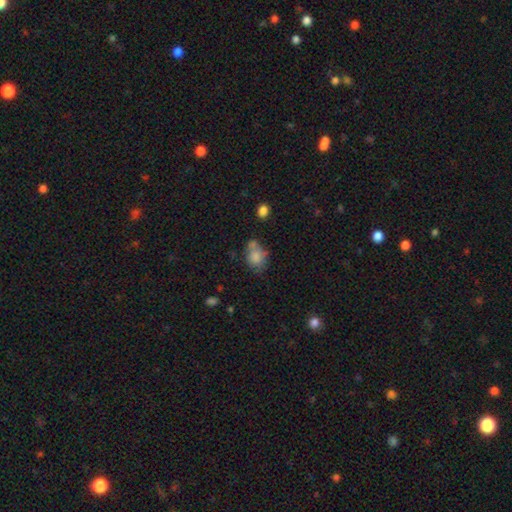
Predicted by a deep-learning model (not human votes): Smooth or featured? smooth (77%)
How rounded? in between (54%)
Merging? none (43%)